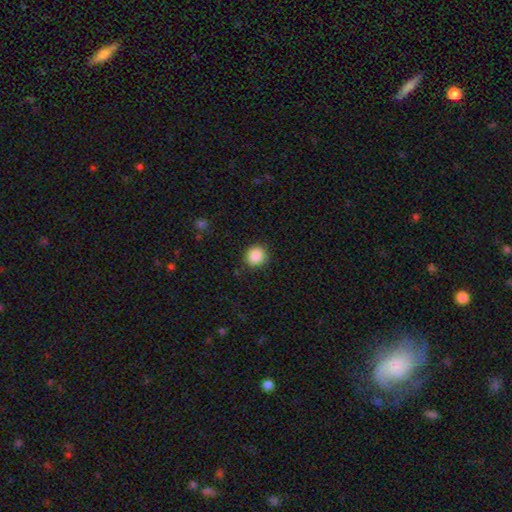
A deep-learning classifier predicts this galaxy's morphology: This appears to be a smooth galaxy with no disk features (88%) that is round (88%). Merging: none (87%).